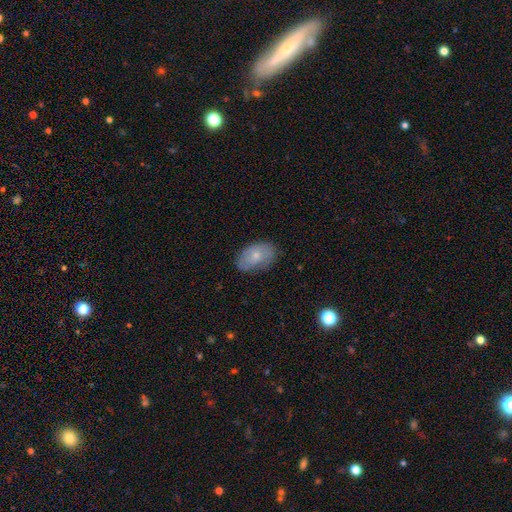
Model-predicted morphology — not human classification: Smooth or featured: smooth — 66% (featured or disk — 27%)
How rounded: in between — 90% (round — 8%)
Merging: none — 71% (minor disturbance — 23%)